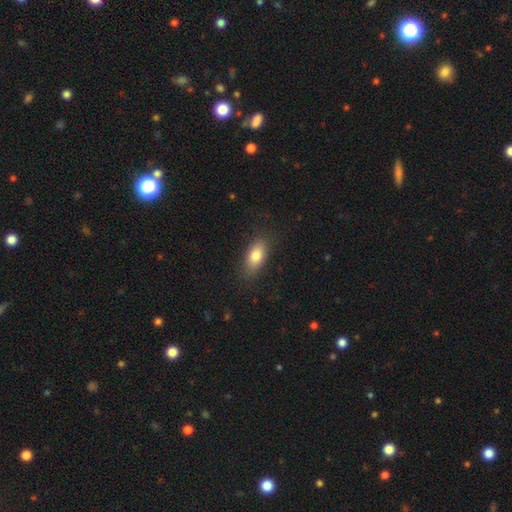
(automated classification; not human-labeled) A smooth galaxy with no disk features (79%) that is in between round and cigar-shaped (85%). Merging: none (84%).